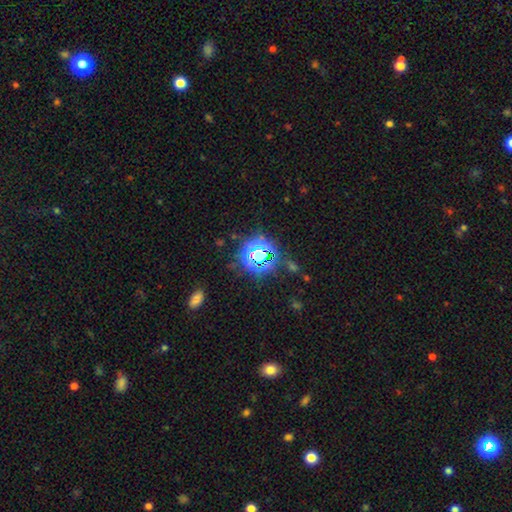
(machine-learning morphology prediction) Smooth or featured? Predicted: star or artifact (p=0.77).